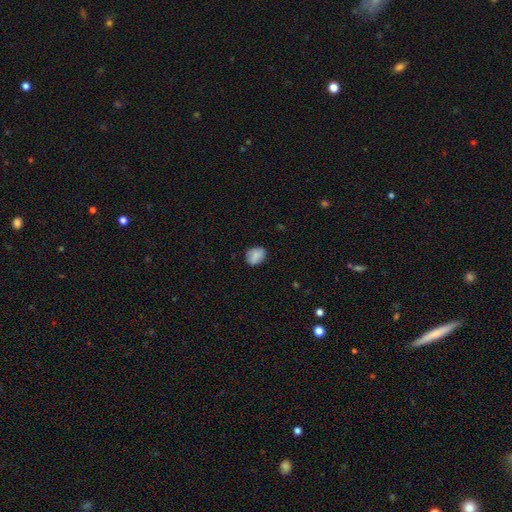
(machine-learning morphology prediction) Smooth or featured: smooth — 79% (featured or disk — 13%)
How rounded: round — 50% (in between — 48%)
Merging: none — 79% (minor disturbance — 16%)